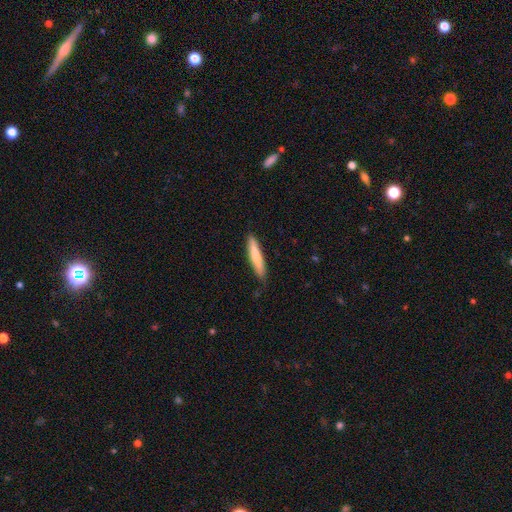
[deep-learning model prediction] smooth_or_featured: smooth (p=0.73) [alt: featured or disk p=0.21]
how_rounded: cigar-shaped (p=0.90) [alt: in between p=0.08]
merging: none (p=0.83) [alt: minor disturbance p=0.14]